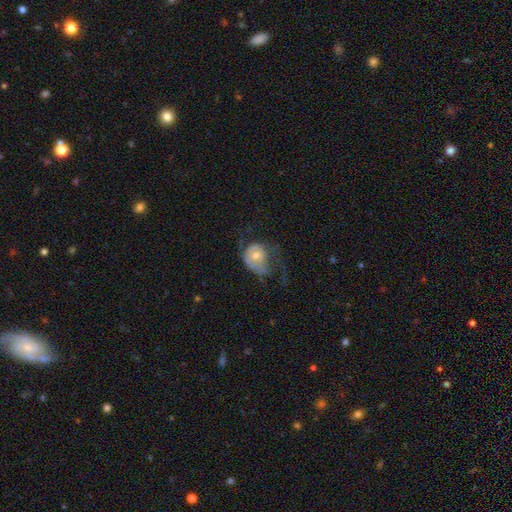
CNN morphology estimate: Smooth or featured?
  - smooth: 51% *
  - featured or disk: 41%
  - star or artifact: 8%
How rounded?
  - round: 56% *
  - in between: 43%
  - cigar-shaped: 1%
Merging?
  - major disturbance: 55% *
  - none: 21%
  - minor disturbance: 21%
  - merger: 3%